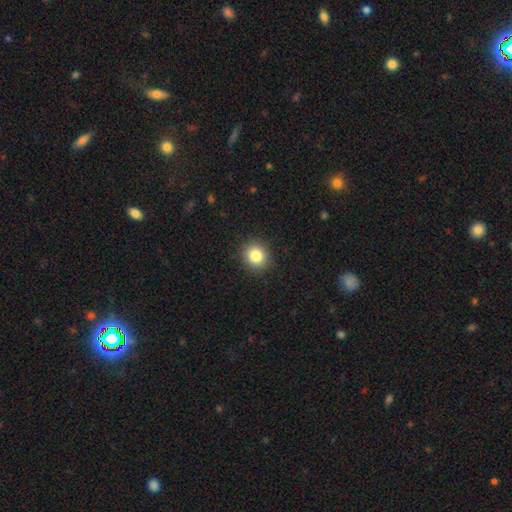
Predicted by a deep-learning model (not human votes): Q: Smooth or featured?
A: smooth (84%); runner-up: star or artifact (10%)
Q: How rounded?
A: round (86%); runner-up: in between (13%)
Q: Merging?
A: none (91%); runner-up: minor disturbance (6%)